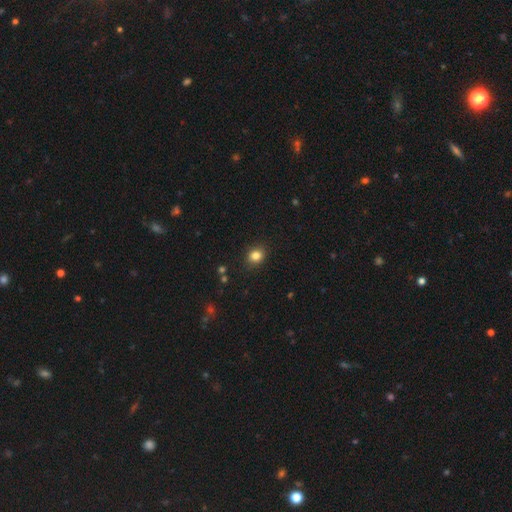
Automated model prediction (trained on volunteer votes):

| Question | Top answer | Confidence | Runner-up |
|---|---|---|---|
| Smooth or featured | smooth | 84% | star or artifact (11%) |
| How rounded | round | 58% | in between (41%) |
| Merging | none | 86% | minor disturbance (10%) |